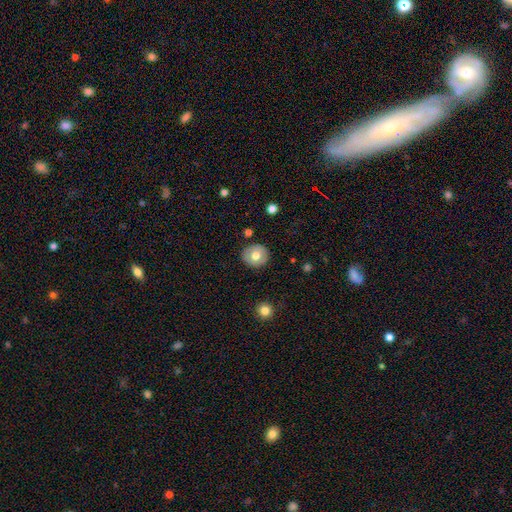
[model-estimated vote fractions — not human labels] Morphology: type=smooth (66%); roundness=round (86%); merging=none (88%).